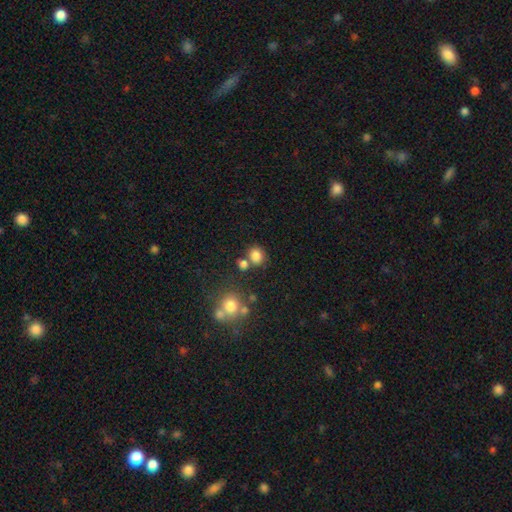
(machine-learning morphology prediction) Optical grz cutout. It shows a smooth galaxy with no disk features (81%) that is round (70%). Merging: none (66%).